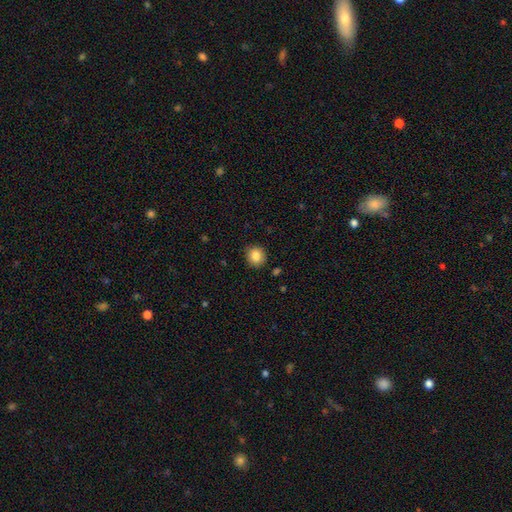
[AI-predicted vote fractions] A smooth galaxy with no disk features (85%) that is round (86%). Merging: none (90%).